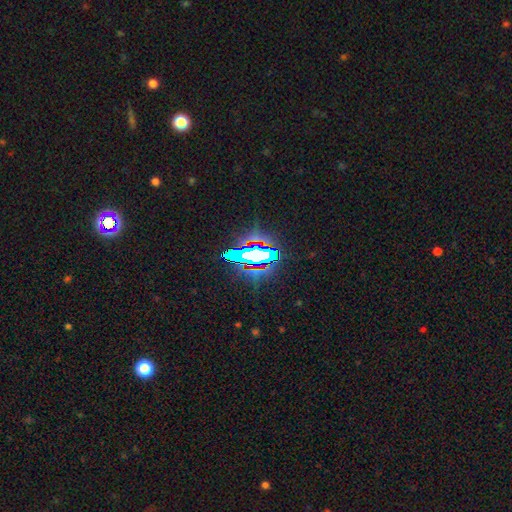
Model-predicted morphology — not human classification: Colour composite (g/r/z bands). It shows a star or artifact, not a galaxy (65%).